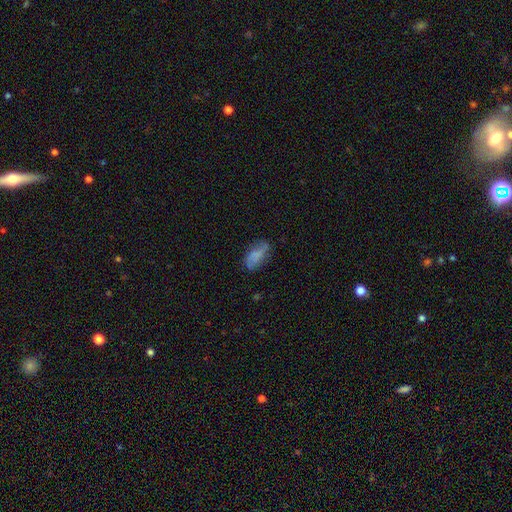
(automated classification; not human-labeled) A smooth galaxy with no disk features (67%) that is in between round and cigar-shaped (88%).

Vote fractions:
- Smooth or featured? smooth: 67% / featured or disk: 24% / star or artifact: 9%
- How rounded? in between: 88% / cigar-shaped: 9% / round: 3%
- Merging? none: 61% / minor disturbance: 27% / major disturbance: 10% / merger: 2%